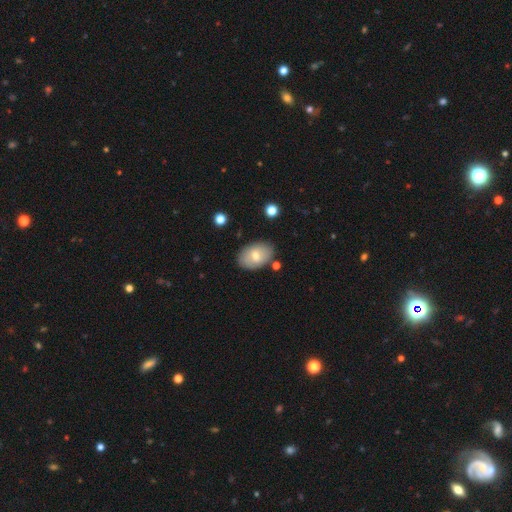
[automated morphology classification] Q: Smooth or featured?
A: smooth (66%); runner-up: featured or disk (27%)
Q: How rounded?
A: in between (88%); runner-up: round (11%)
Q: Merging?
A: none (80%); runner-up: minor disturbance (14%)